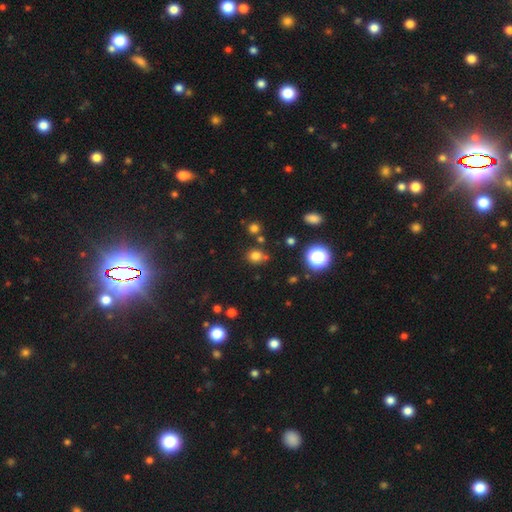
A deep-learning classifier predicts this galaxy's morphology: Overall: smooth (74%). How rounded: round (79%). Merging: none (74%).